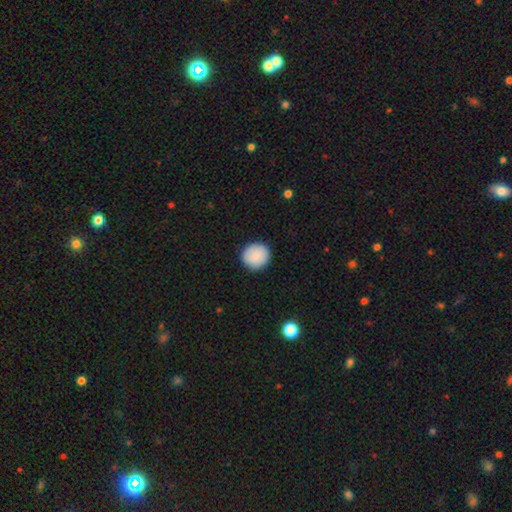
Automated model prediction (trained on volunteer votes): Smooth or featured?
  - smooth: 89% *
  - star or artifact: 6%
  - featured or disk: 5%
How rounded?
  - round: 89% *
  - in between: 10%
  - cigar-shaped: 1%
Merging?
  - none: 90% *
  - minor disturbance: 7%
  - major disturbance: 2%
  - merger: 1%